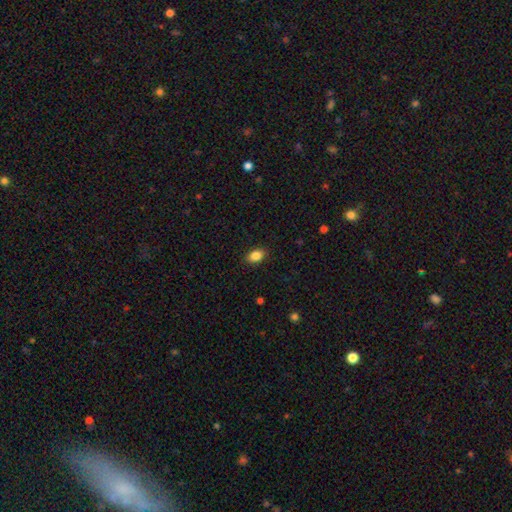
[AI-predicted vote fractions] A smooth galaxy with no disk features (87%) that is in between round and cigar-shaped (82%).

Vote fractions:
- Smooth or featured? smooth: 87% / star or artifact: 8% / featured or disk: 5%
- How rounded? in between: 82% / round: 16% / cigar-shaped: 1%
- Merging? none: 87% / minor disturbance: 9% / major disturbance: 2% / merger: 1%